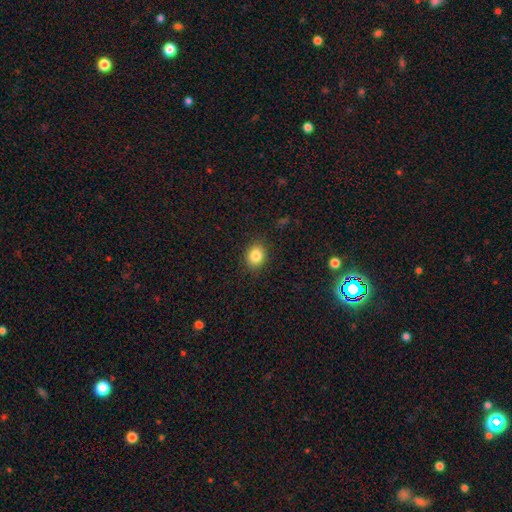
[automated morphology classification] smooth_or_featured: smooth (p=0.84) [alt: star or artifact p=0.10]
how_rounded: round (p=0.64) [alt: in between p=0.35]
merging: none (p=0.89) [alt: minor disturbance p=0.08]